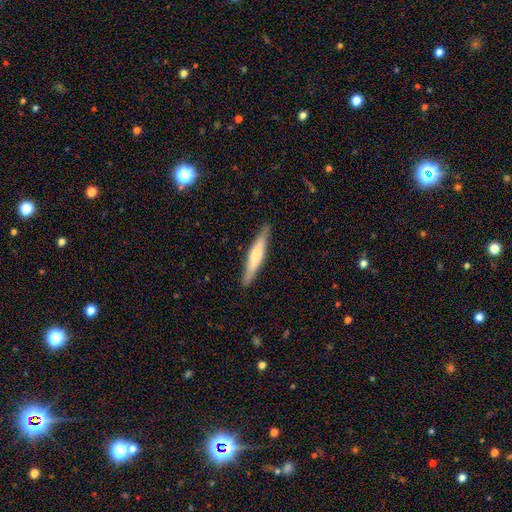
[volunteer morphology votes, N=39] Smooth or featured: smooth — 51% (featured or disk — 44%)
How rounded: cigar-shaped — 100%
Merging: none — 76% (minor disturbance — 22%)